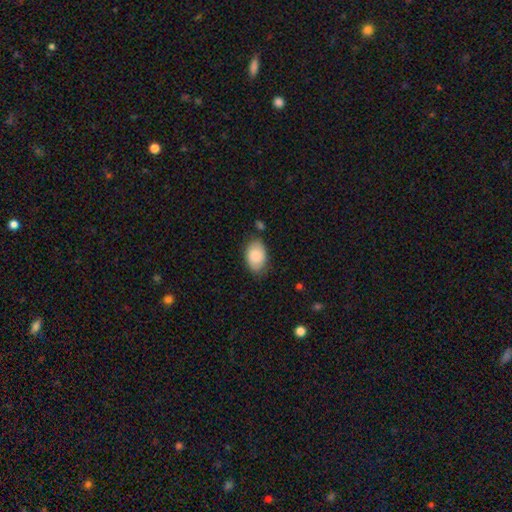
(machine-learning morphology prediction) A smooth galaxy with no disk features (88%) that is in between round and cigar-shaped (90%). Merging: none (75%).